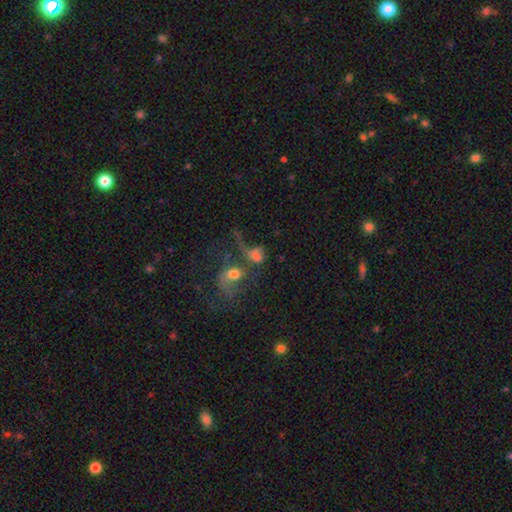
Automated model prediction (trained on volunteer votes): Q: Smooth or featured?
A: smooth (52%); runner-up: featured or disk (32%)
Q: How rounded?
A: round (50%); runner-up: in between (47%)
Q: Merging?
A: merger (56%); runner-up: major disturbance (21%)